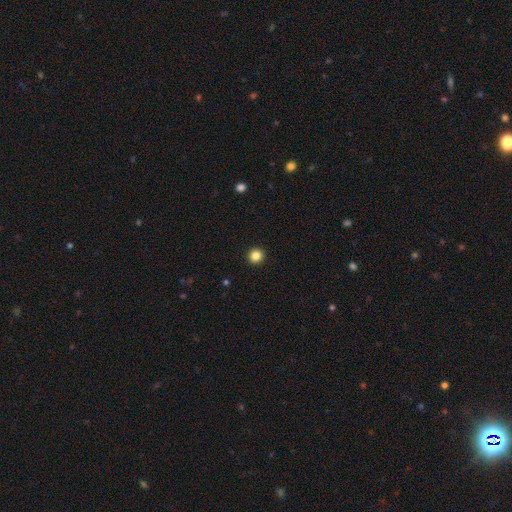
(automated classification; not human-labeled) This is clearly a smooth galaxy (85%). How rounded: clearly round (95%). Merging: clearly none (94%).